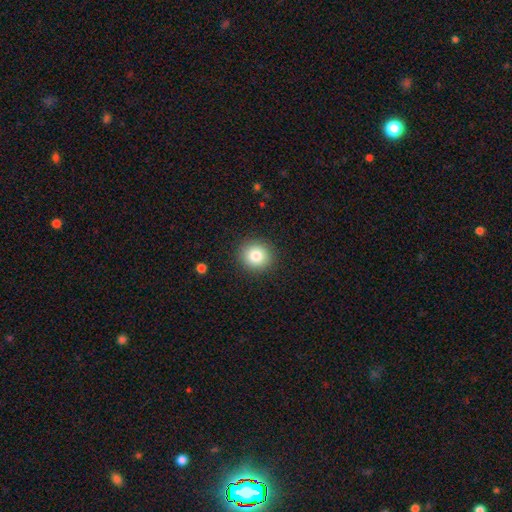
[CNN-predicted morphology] Smooth or featured: smooth — 82% (star or artifact — 10%)
How rounded: round — 90% (in between — 9%)
Merging: none — 90% (minor disturbance — 6%)